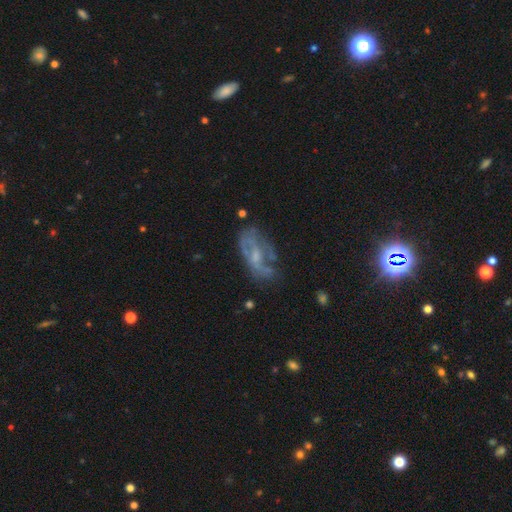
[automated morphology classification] featured or disk 66%, smooth 23%, star or artifact 11%. Down the decision tree: edge-on disk — no (92%); bar — no (57%); spiral arms — yes (56%); bulge size — small (48%); merging — none (52%).